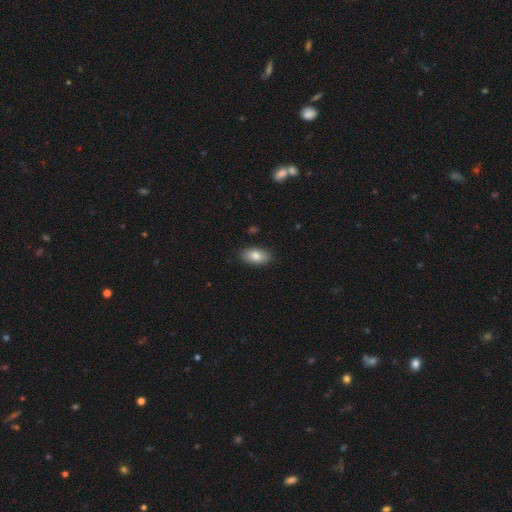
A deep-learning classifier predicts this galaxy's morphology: smooth 82%, featured or disk 11%, star or artifact 7%. Down the decision tree: how rounded — in between (93%); merging — none (87%).